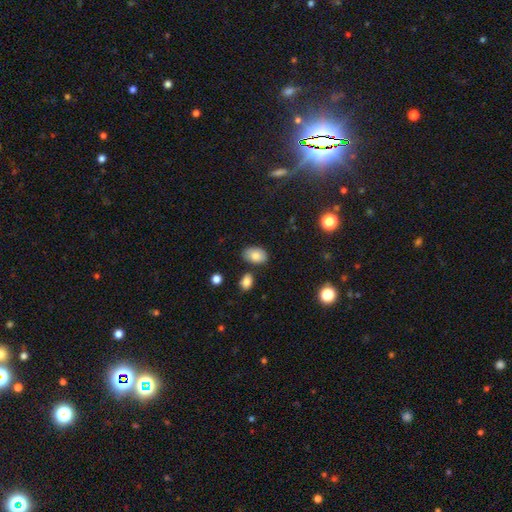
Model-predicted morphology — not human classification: smooth-or-featured: smooth: 83% | featured or disk: 8% | star or artifact: 8%
  how-rounded: in between: 87% | round: 11% | cigar-shaped: 1%
  merging: none: 76% | minor disturbance: 15% | merger: 6% | major disturbance: 3%